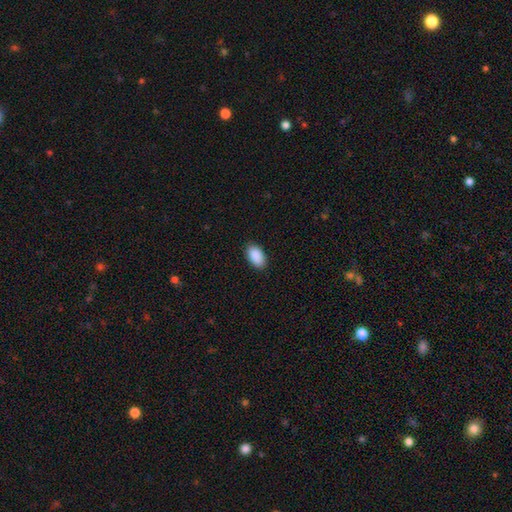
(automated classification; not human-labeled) Morphology: type=smooth (91%); roundness=in between (94%); merging=none (87%).